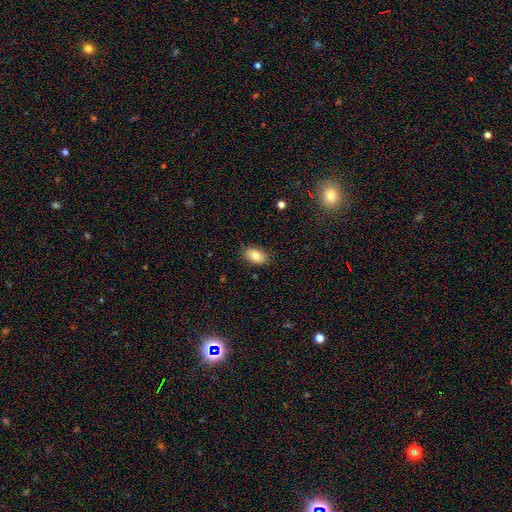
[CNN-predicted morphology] Smooth or featured? smooth (81%)
How rounded? in between (90%)
Merging? none (86%)